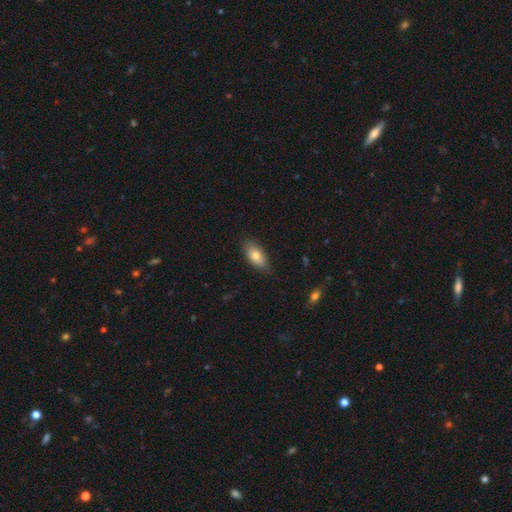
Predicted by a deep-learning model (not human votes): The model was most divided on "smooth or featured": smooth: 80%, featured or disk: 14%, star or artifact: 7%. More confident: how rounded — in between (90%); merging — none (83%).